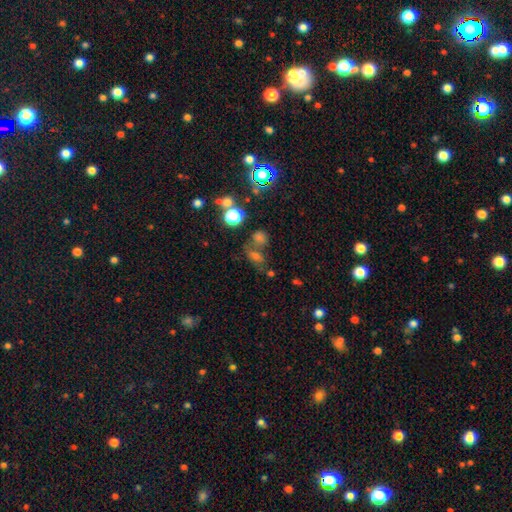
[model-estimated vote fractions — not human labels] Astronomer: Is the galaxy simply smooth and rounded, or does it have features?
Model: star or artifact — 43% (runner-up: smooth, 41%).